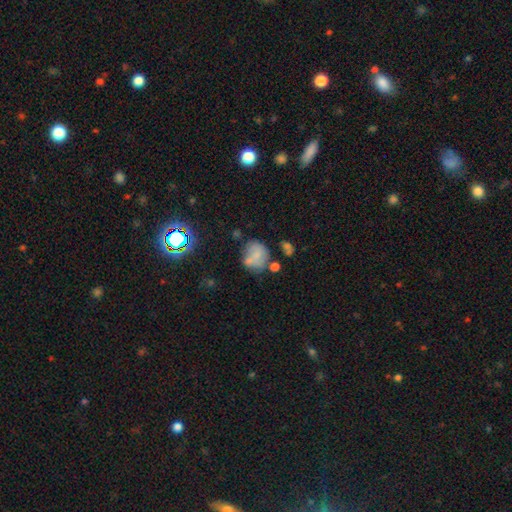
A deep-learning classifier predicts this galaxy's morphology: Smooth or featured?
  - smooth: 66% *
  - featured or disk: 21%
  - star or artifact: 13%
How rounded?
  - round: 65% *
  - in between: 34%
  - cigar-shaped: 1%
Merging?
  - none: 43% *
  - minor disturbance: 23%
  - merger: 21%
  - major disturbance: 13%